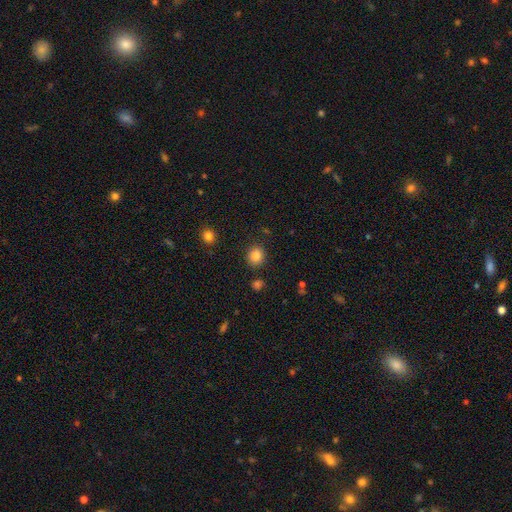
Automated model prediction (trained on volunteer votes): smooth 85%, star or artifact 11%, featured or disk 4%. Down the decision tree: how rounded — round (86%); merging — none (88%).